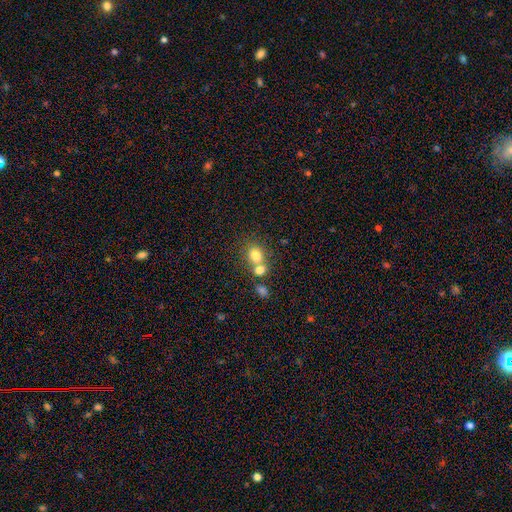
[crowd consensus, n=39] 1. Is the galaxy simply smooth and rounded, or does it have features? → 82% smooth, 10% featured or disk, 8% star or artifact.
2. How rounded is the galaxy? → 59% round, 38% in between, 3% cigar-shaped.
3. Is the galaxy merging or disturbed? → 50% merger, 36% none, 14% minor disturbance, 0% major disturbance.